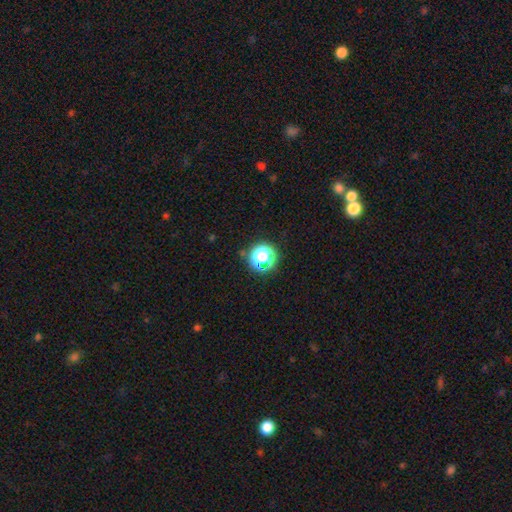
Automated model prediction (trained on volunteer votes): A star or artifact, not a galaxy (65%).